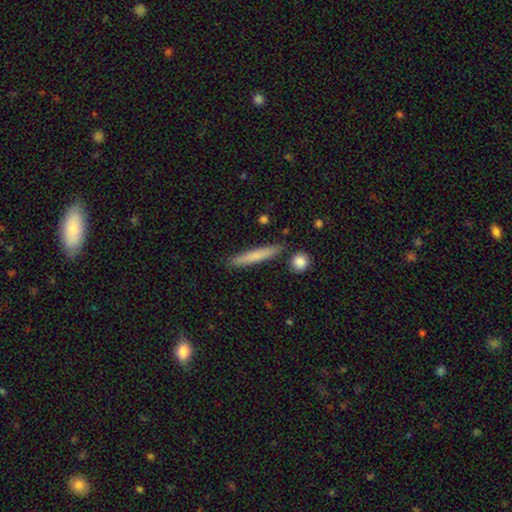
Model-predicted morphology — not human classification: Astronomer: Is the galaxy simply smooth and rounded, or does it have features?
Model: smooth — 71%.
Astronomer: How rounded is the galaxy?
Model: cigar-shaped — 94%.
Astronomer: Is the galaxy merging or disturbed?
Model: none — 86%.